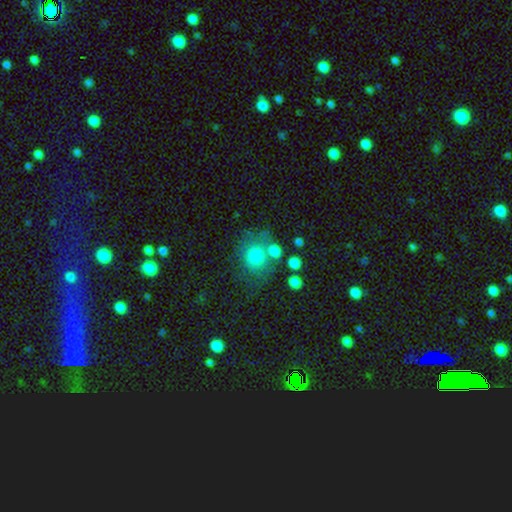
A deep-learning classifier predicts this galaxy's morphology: Smooth or featured?
  - smooth: 76% *
  - featured or disk: 14%
  - star or artifact: 10%
How rounded?
  - round: 74% *
  - in between: 25%
  - cigar-shaped: 1%
Merging?
  - none: 56% *
  - minor disturbance: 18%
  - merger: 16%
  - major disturbance: 10%